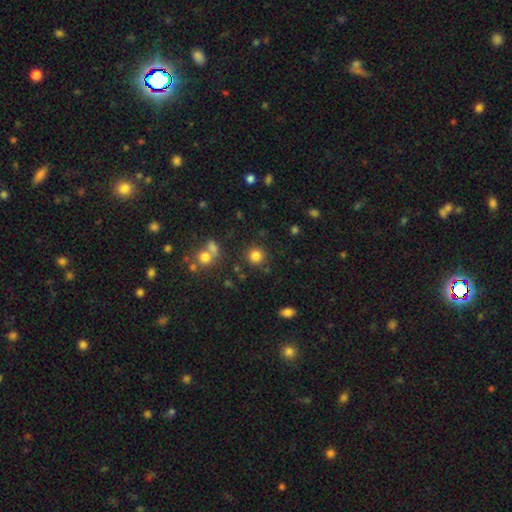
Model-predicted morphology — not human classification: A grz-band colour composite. It shows a smooth galaxy with no disk features (81%) that is round (92%). Merging: none (84%).